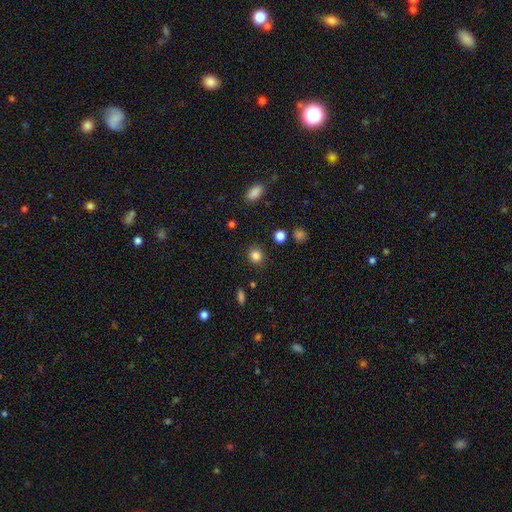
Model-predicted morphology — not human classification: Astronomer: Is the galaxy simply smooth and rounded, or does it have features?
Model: smooth — 84%.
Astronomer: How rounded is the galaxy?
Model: round — 86%.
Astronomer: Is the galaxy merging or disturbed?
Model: none — 89%.